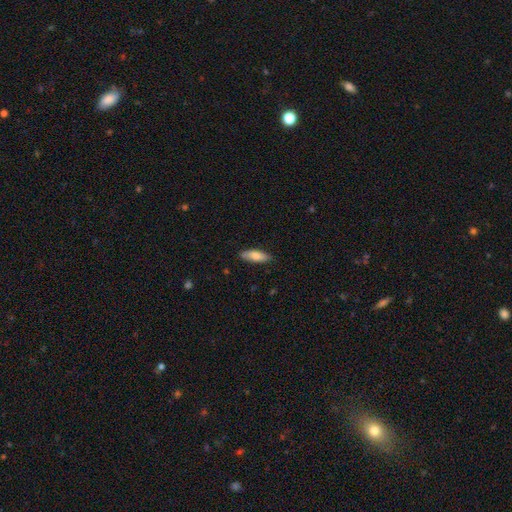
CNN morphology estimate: Q: Smooth or featured?
A: smooth (79%); runner-up: featured or disk (16%)
Q: How rounded?
A: in between (62%); runner-up: cigar-shaped (36%)
Q: Merging?
A: none (84%); runner-up: minor disturbance (13%)